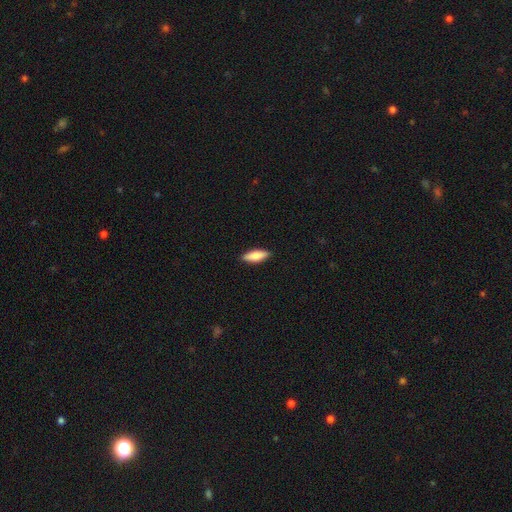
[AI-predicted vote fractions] Overall: smooth (80%). How rounded: in between (64%; cigar-shaped 34%). Merging: none (90%).